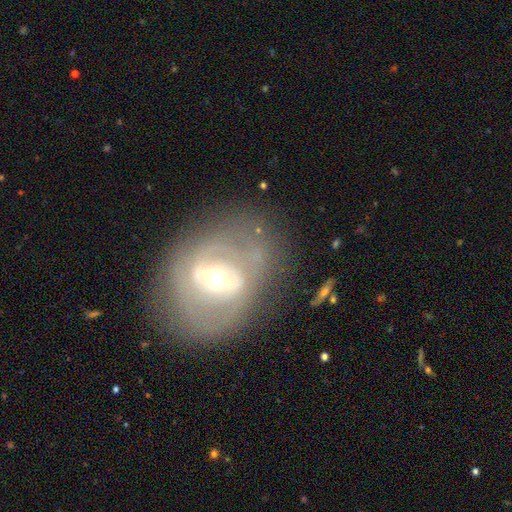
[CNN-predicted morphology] smooth-or-featured: featured or disk: 69% | smooth: 22% | star or artifact: 9%
  disk-edge-on: no: 95% | yes: 5%
    bar: weak: 40% | no: 33% | strong: 26%
    has-spiral-arms: yes: 55% | no: 45%
    bulge-size: moderate: 57% | small: 33% | large: 7% | dominant: 1% | none: 1%
  merging: none: 71% | minor disturbance: 17% | major disturbance: 10% | merger: 2%